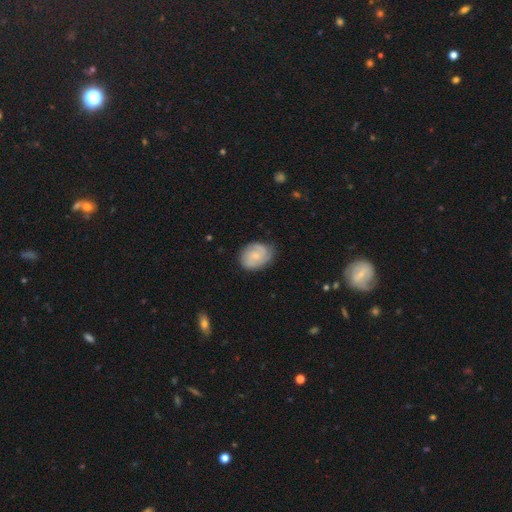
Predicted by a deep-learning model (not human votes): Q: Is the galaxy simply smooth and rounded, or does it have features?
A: featured or disk — 61%.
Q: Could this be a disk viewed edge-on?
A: no — 98%.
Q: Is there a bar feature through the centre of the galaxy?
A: no — 68%.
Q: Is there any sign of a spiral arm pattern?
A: yes — 92%.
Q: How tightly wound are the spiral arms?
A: tight — 53%.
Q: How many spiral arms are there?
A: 2 — 48%.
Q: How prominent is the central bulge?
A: small — 60%.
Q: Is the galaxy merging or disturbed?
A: none — 73%.